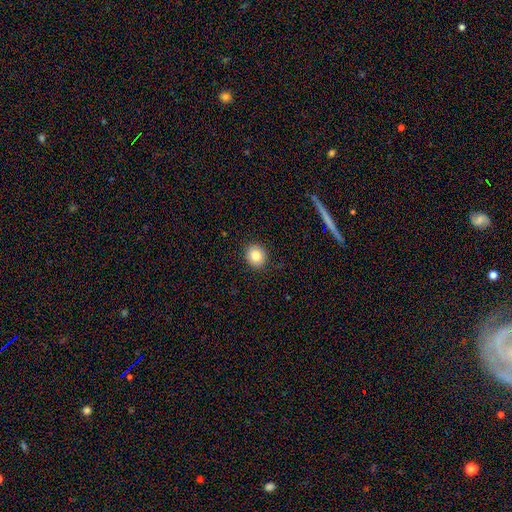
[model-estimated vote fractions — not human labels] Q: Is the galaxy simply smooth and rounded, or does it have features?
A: smooth — 83%.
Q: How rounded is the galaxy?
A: round — 78%.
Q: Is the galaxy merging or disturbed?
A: none — 90%.